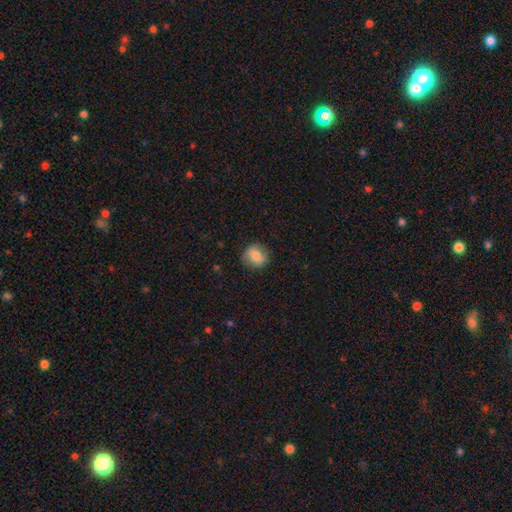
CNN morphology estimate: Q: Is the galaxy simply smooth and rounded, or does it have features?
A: smooth — 77%.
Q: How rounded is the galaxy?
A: round — 78%.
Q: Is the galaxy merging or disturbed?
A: none — 85%.